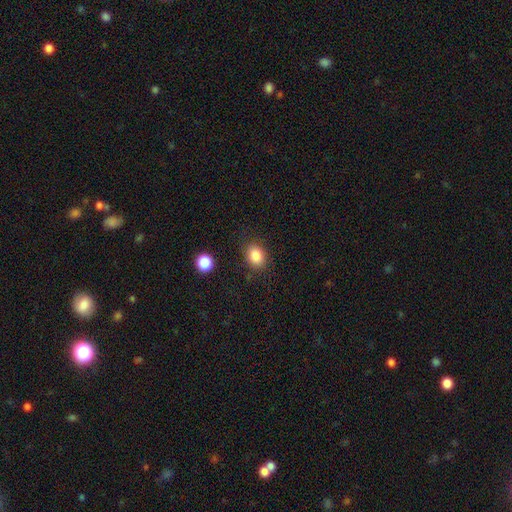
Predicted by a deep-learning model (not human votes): A smooth galaxy with no disk features (85%) that is in between round and cigar-shaped (55%). Merging: none (82%).